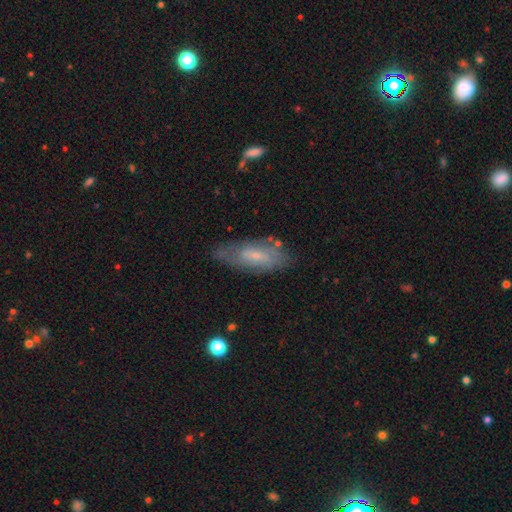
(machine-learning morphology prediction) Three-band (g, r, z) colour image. It shows a featured or disk galaxy (51%). Merging: none (68%).